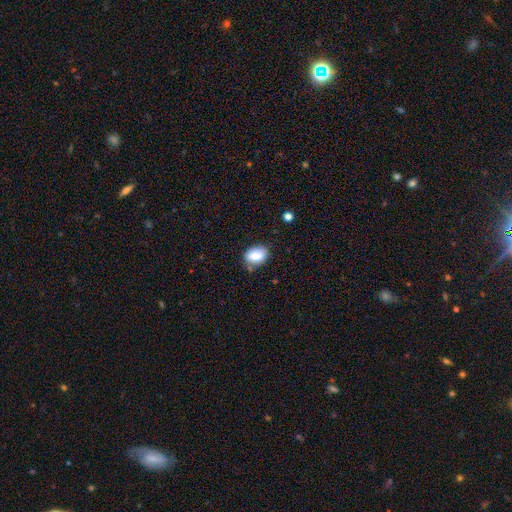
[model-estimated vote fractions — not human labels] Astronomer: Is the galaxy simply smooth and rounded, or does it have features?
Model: smooth — 84%.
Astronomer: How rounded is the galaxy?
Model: in between — 79%.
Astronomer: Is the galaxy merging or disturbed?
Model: none — 68%.